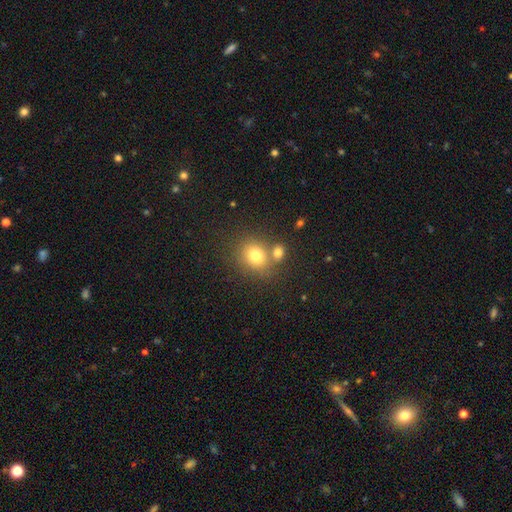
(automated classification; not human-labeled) Q: Smooth or featured?
A: smooth (76%); runner-up: star or artifact (13%)
Q: How rounded?
A: round (67%); runner-up: in between (32%)
Q: Merging?
A: none (57%); runner-up: merger (29%)